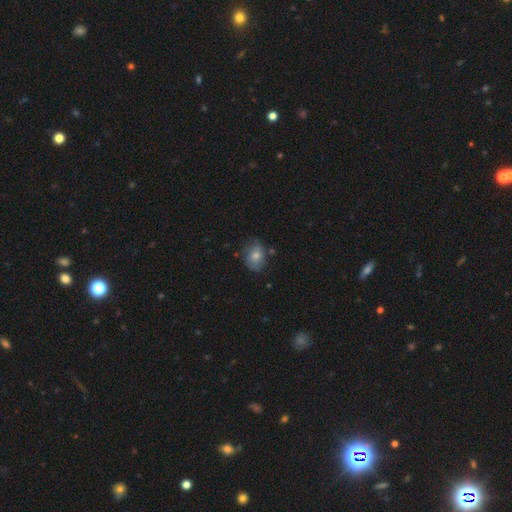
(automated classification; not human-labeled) This is likely a smooth galaxy (63%). How rounded: possibly in between (57%). Merging: likely none (70%).